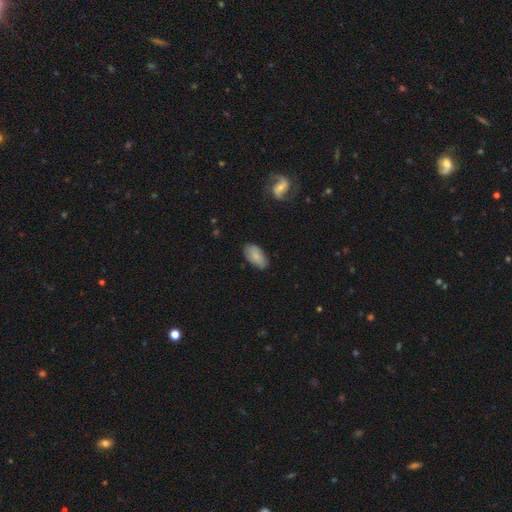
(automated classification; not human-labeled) This appears to be a smooth galaxy with no disk features (79%) that is in between round and cigar-shaped (94%). Merging: none (76%).